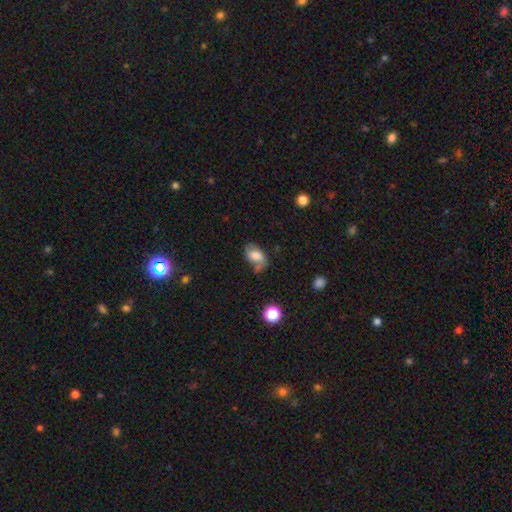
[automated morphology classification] Q: Smooth or featured?
A: smooth (63%); runner-up: featured or disk (28%)
Q: How rounded?
A: in between (86%); runner-up: round (12%)
Q: Merging?
A: none (42%); runner-up: minor disturbance (30%)